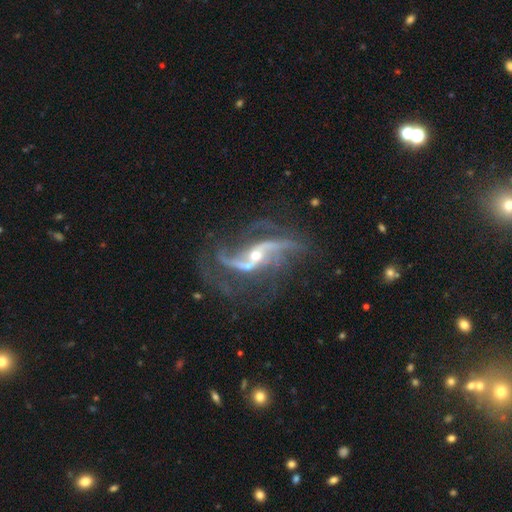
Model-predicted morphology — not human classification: A featured or disk galaxy (89%) with no bar (34%), 2 (71%) loose (73%) spiral arms (96%) and a small central bulge (56%). Merging: none (52%).